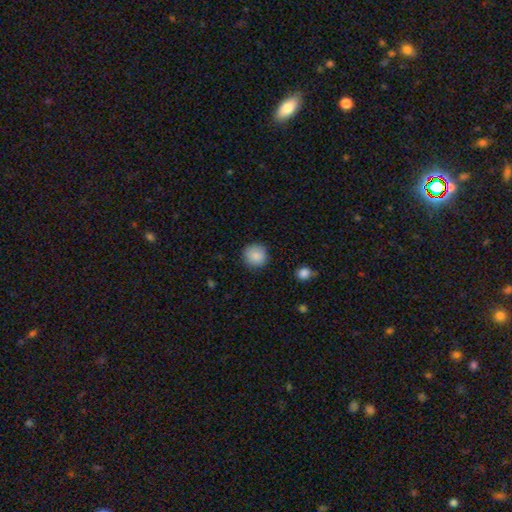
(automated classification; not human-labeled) Overall: smooth (88%). How rounded: round (94%). Merging: none (89%).